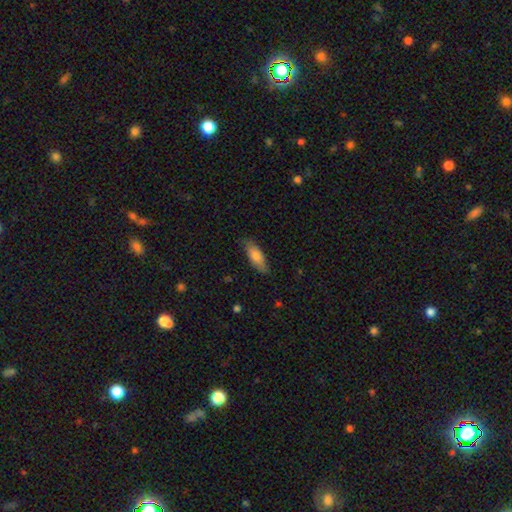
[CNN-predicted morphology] Smooth or featured? smooth (78%)
How rounded? in between (67%)
Merging? none (78%)